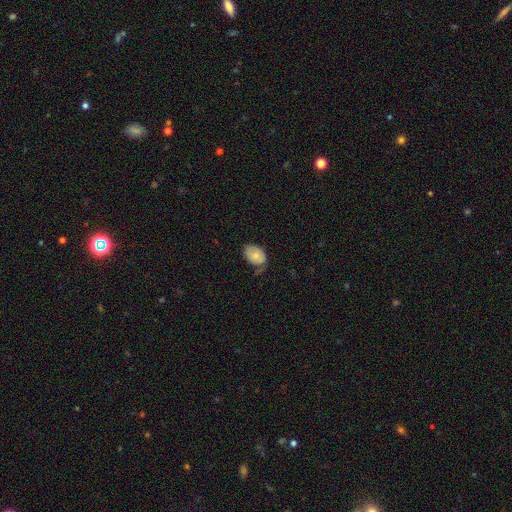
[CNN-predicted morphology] A smooth galaxy with no disk features (72%) that is in between round and cigar-shaped (84%).

Vote fractions:
- Smooth or featured? smooth: 72% / featured or disk: 21% / star or artifact: 7%
- How rounded? in between: 84% / round: 15% / cigar-shaped: 1%
- Merging? none: 41% / minor disturbance: 38% / major disturbance: 19% / merger: 3%